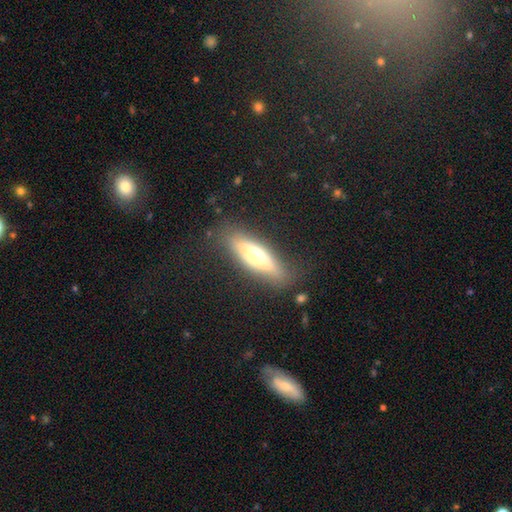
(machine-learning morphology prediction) Smooth or featured? Predicted: smooth (p=0.53). How rounded? Predicted: cigar-shaped (p=0.51). Merging? Predicted: none (p=0.80).